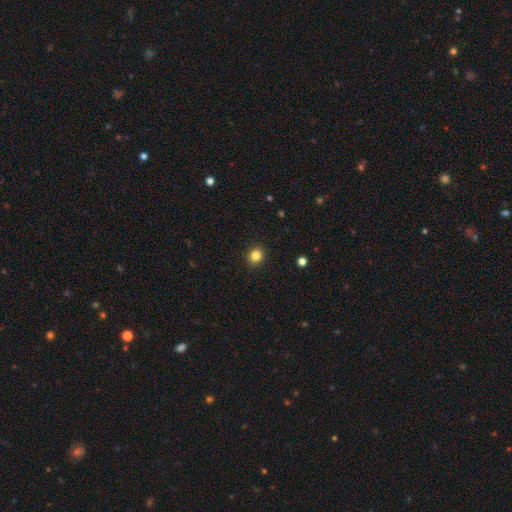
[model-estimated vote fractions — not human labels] smooth 84%, star or artifact 12%, featured or disk 5%. Down the decision tree: how rounded — round (78%); merging — none (91%).